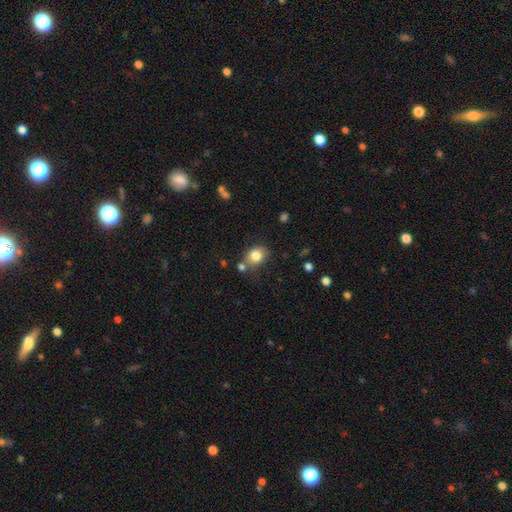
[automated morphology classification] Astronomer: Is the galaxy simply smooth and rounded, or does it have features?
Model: smooth — 82%.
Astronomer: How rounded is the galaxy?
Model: round — 52% (runner-up: in between, 47%).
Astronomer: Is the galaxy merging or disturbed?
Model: none — 67%.